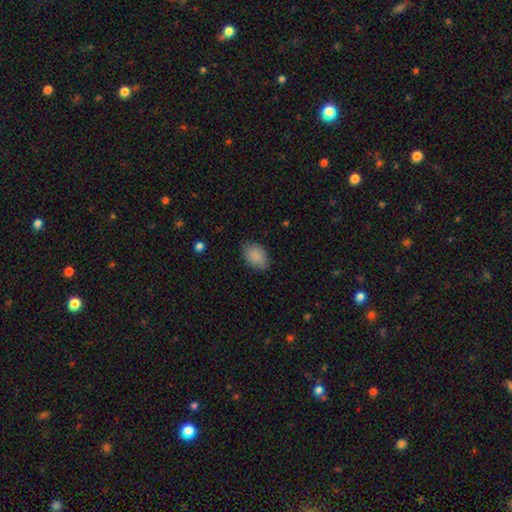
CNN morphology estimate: Q: Smooth or featured?
A: smooth (87%); runner-up: star or artifact (7%)
Q: How rounded?
A: in between (84%); runner-up: round (15%)
Q: Merging?
A: none (80%); runner-up: minor disturbance (16%)